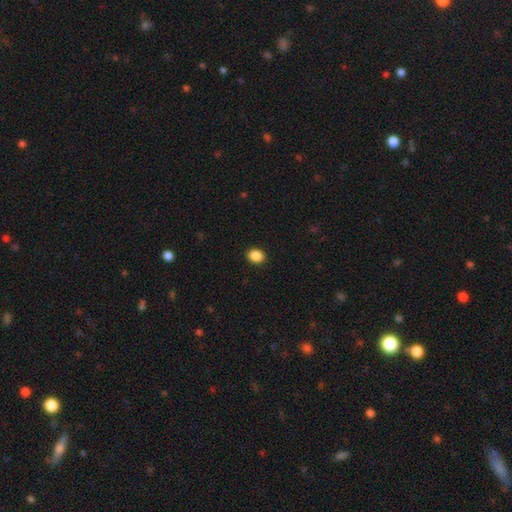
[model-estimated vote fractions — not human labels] smooth-or-featured: smooth: 88% | star or artifact: 9% | featured or disk: 3%
  how-rounded: in between: 51% | round: 48% | cigar-shaped: 1%
  merging: none: 92% | minor disturbance: 6% | major disturbance: 2% | merger: 1%